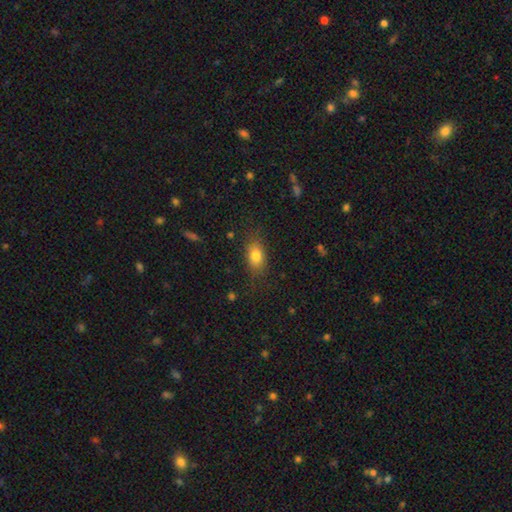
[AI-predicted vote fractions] A smooth galaxy with no disk features (80%) that is in between round and cigar-shaped (80%). Merging: none (78%).